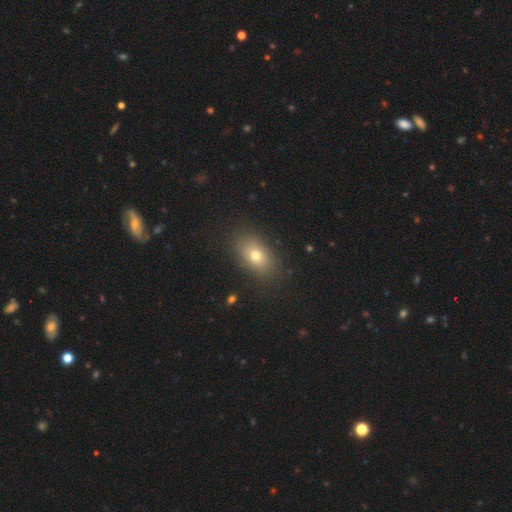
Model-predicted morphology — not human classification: The model was most divided on "smooth or featured": smooth: 73%, featured or disk: 15%, star or artifact: 12%. More confident: merging — none (85%); how rounded — in between (81%).